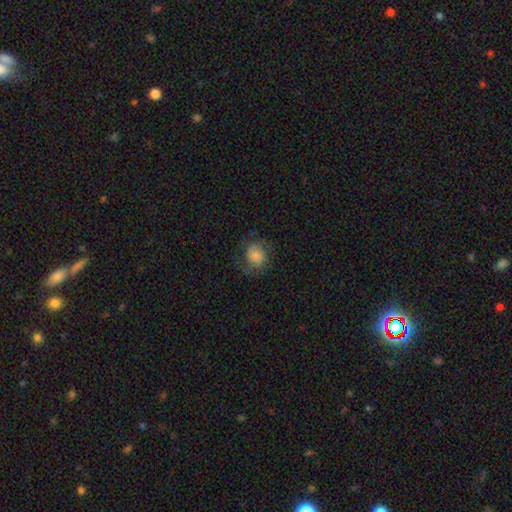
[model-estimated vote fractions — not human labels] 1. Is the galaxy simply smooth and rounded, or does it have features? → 73% smooth, 17% featured or disk, 9% star or artifact.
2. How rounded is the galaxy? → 73% round, 26% in between, 1% cigar-shaped.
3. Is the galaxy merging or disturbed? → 67% none, 19% minor disturbance, 12% major disturbance, 1% merger.